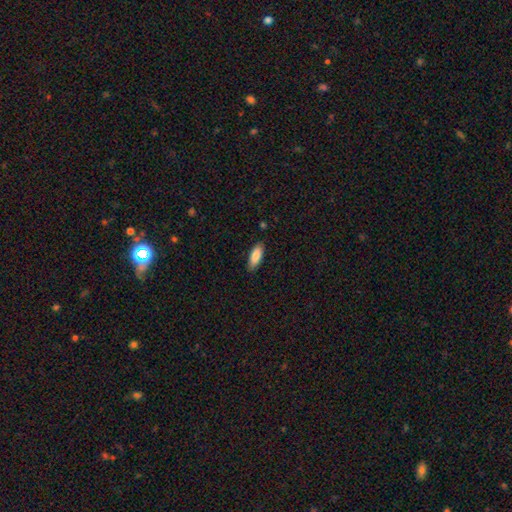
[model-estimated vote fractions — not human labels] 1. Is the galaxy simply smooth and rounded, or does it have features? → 86% smooth, 8% featured or disk, 6% star or artifact.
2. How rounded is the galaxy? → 74% in between, 24% cigar-shaped, 2% round.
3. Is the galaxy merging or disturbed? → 86% none, 11% minor disturbance, 2% major disturbance, 1% merger.